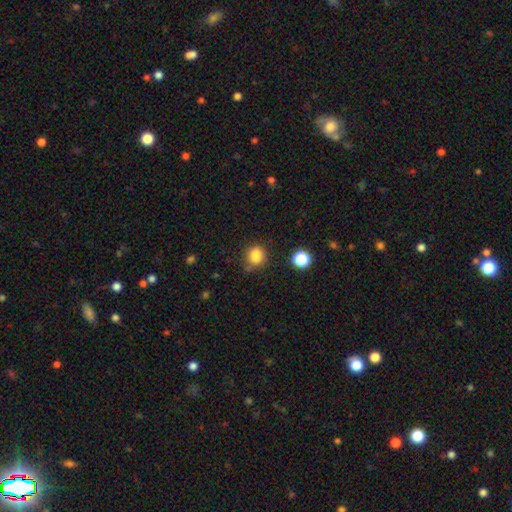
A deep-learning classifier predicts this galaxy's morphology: smooth-or-featured: smooth: 84% | star or artifact: 11% | featured or disk: 4%
  how-rounded: round: 71% | in between: 28% | cigar-shaped: 1%
  merging: none: 73% | minor disturbance: 18% | major disturbance: 5% | merger: 5%